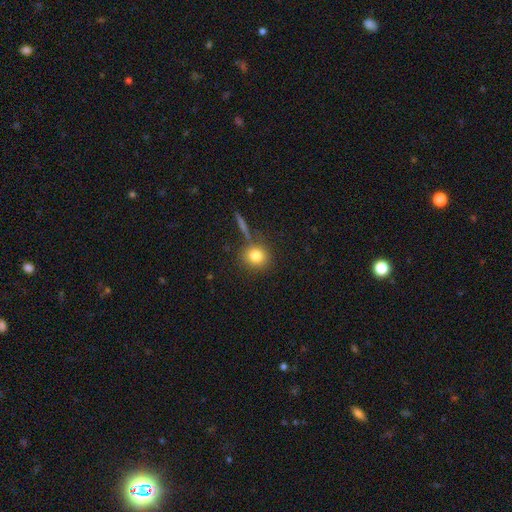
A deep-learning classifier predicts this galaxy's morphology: Smooth or featured?
  - smooth: 80% *
  - star or artifact: 11%
  - featured or disk: 9%
How rounded?
  - round: 85% *
  - in between: 14%
  - cigar-shaped: 2%
Merging?
  - none: 76% *
  - minor disturbance: 11%
  - merger: 10%
  - major disturbance: 4%